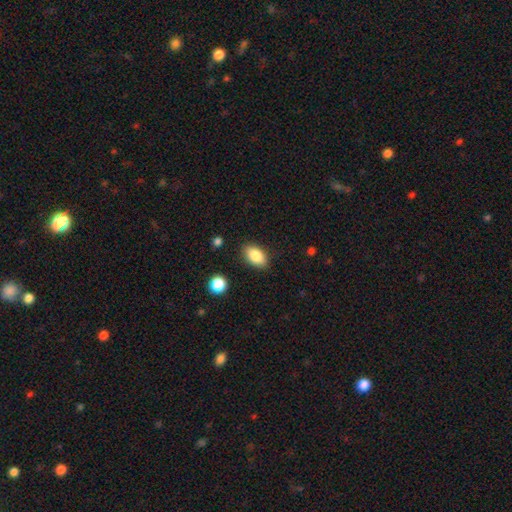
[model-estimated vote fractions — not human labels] smooth-or-featured: smooth: 85% | featured or disk: 8% | star or artifact: 8%
  how-rounded: in between: 91% | round: 6% | cigar-shaped: 3%
  merging: none: 86% | minor disturbance: 10% | major disturbance: 3% | merger: 2%